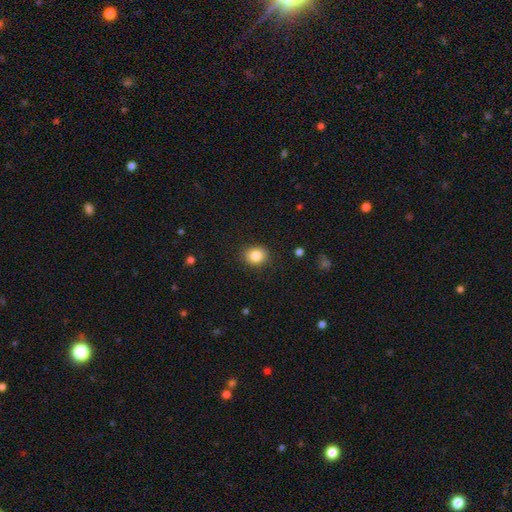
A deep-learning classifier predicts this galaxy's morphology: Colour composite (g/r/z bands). It shows a smooth galaxy with no disk features (85%) that is round (62%). Merging: none (88%).